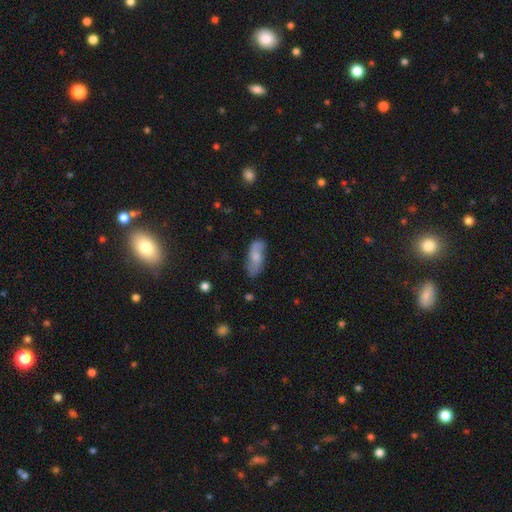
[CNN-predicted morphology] Q: Smooth or featured?
A: smooth (61%); runner-up: featured or disk (32%)
Q: How rounded?
A: in between (76%); runner-up: cigar-shaped (21%)
Q: Merging?
A: none (71%); runner-up: minor disturbance (21%)